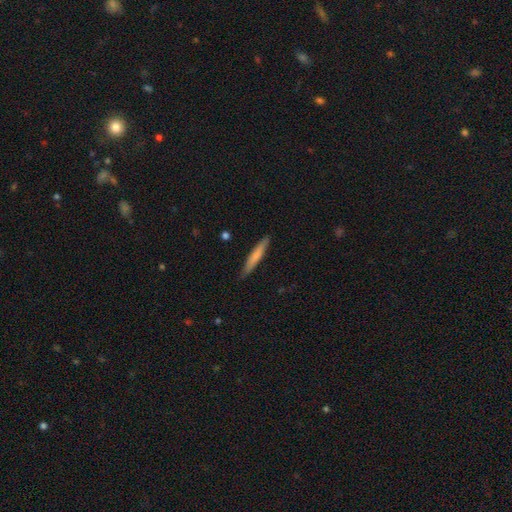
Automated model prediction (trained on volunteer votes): smooth_or_featured: smooth (p=0.69) [alt: featured or disk p=0.26]
how_rounded: cigar-shaped (p=0.94) [alt: in between p=0.04]
merging: none (p=0.88) [alt: minor disturbance p=0.09]